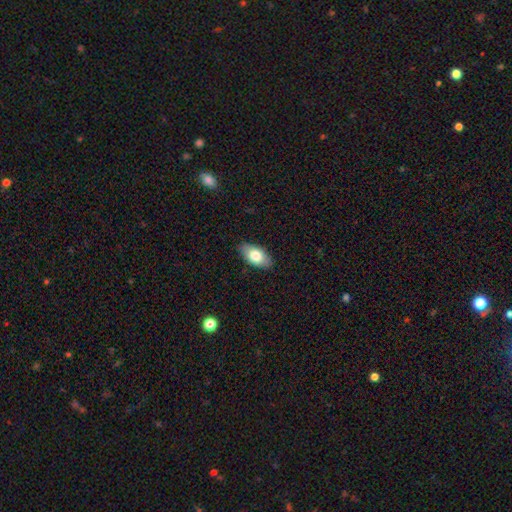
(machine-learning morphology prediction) smooth-or-featured: smooth: 78% | featured or disk: 15% | star or artifact: 6%
  how-rounded: in between: 93% | round: 4% | cigar-shaped: 3%
  merging: none: 86% | minor disturbance: 11% | major disturbance: 2% | merger: 1%